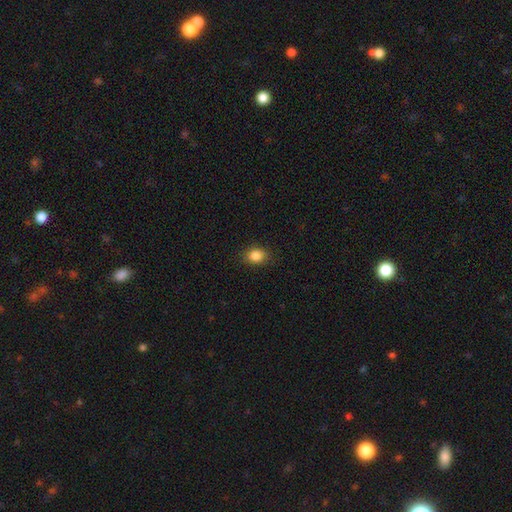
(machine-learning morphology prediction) Q: Smooth or featured?
A: smooth (86%); runner-up: star or artifact (10%)
Q: How rounded?
A: in between (54%); runner-up: round (45%)
Q: Merging?
A: none (87%); runner-up: minor disturbance (9%)